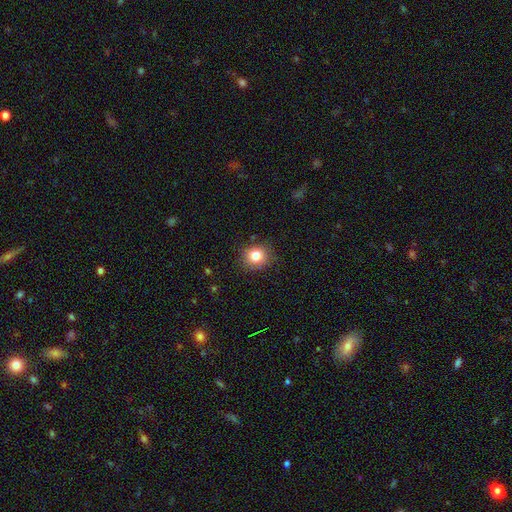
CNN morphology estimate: Q: Smooth or featured?
A: smooth (81%); runner-up: star or artifact (12%)
Q: How rounded?
A: round (82%); runner-up: in between (17%)
Q: Merging?
A: none (83%); runner-up: minor disturbance (13%)